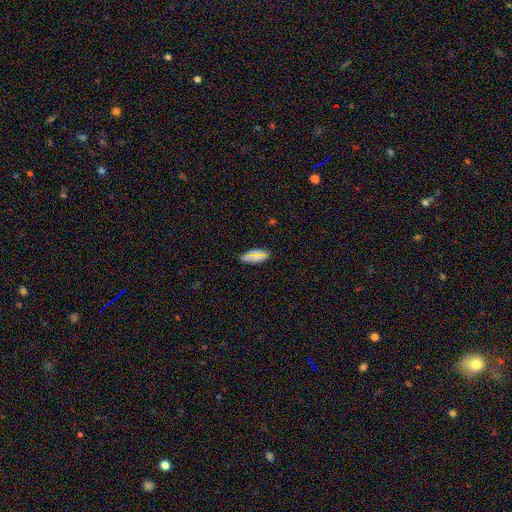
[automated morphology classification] smooth-or-featured: smooth: 74% | star or artifact: 16% | featured or disk: 10%
  how-rounded: in between: 87% | cigar-shaped: 9% | round: 4%
  merging: none: 82% | minor disturbance: 13% | major disturbance: 3% | merger: 2%